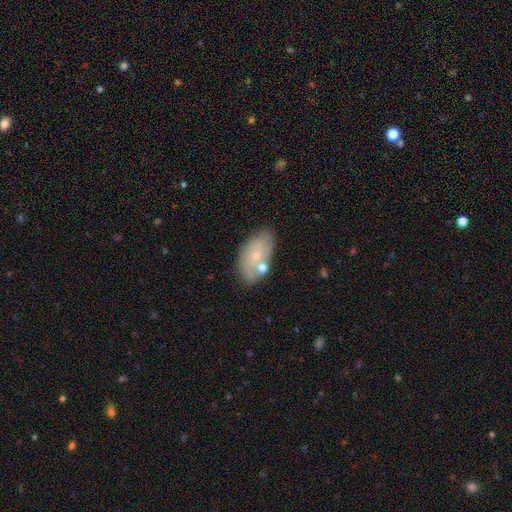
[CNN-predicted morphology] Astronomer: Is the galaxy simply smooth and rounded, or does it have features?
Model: smooth — 52% (runner-up: featured or disk, 40%).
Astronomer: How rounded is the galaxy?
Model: in between — 91%.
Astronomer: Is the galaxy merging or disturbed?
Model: none — 67%.